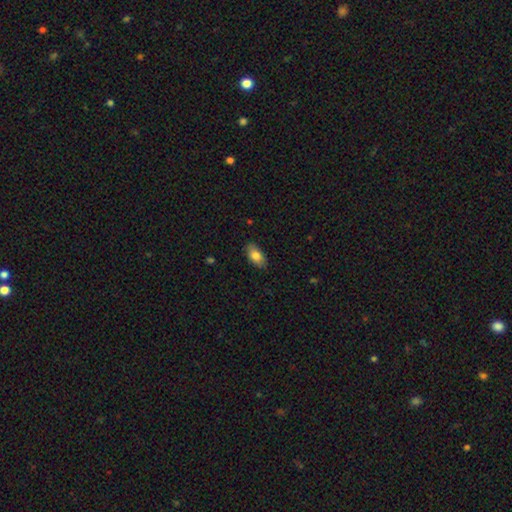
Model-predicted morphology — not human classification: The model was most divided on "smooth or featured": smooth: 82%, featured or disk: 11%, star or artifact: 7%. More confident: how rounded — in between (91%); merging — none (85%).